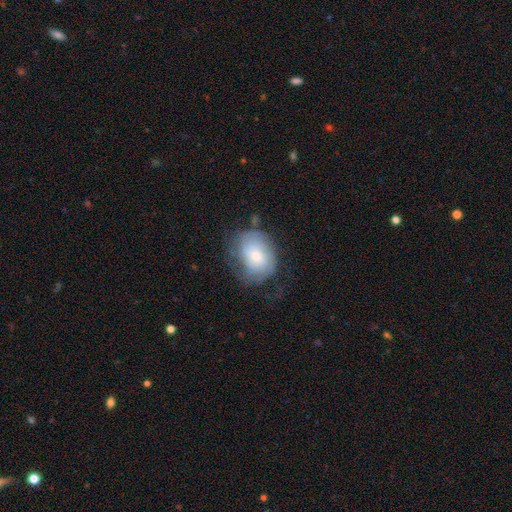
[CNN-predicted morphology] Smooth or featured?
  - featured or disk: 47% *
  - smooth: 45%
  - star or artifact: 8%
Merging?
  - none: 52% *
  - minor disturbance: 27%
  - major disturbance: 18%
  - merger: 2%